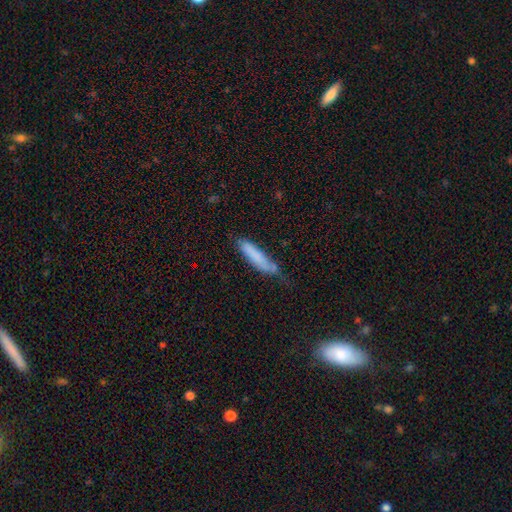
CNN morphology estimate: A smooth galaxy with no disk features (75%) that is cigar-shaped (83%).

Vote fractions:
- Smooth or featured? smooth: 75% / featured or disk: 18% / star or artifact: 7%
- How rounded? cigar-shaped: 83% / in between: 16% / round: 1%
- Merging? none: 49% / minor disturbance: 34% / major disturbance: 11% / merger: 6%